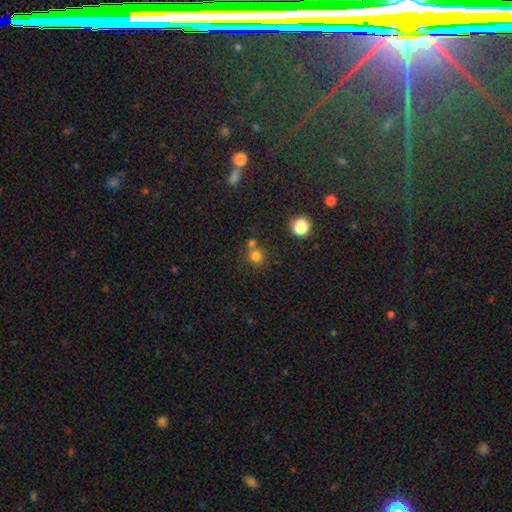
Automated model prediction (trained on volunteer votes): Overall: smooth (76%). How rounded: round (89%). Merging: none (61%; merger 28%).